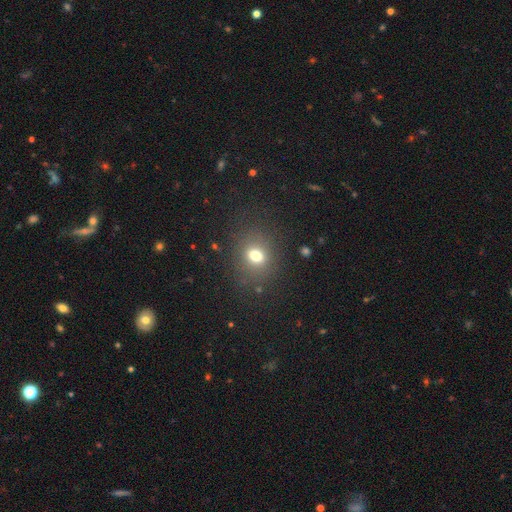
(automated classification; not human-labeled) Smooth or featured?
  - smooth: 74% *
  - star or artifact: 16%
  - featured or disk: 10%
How rounded?
  - round: 59% *
  - in between: 40%
  - cigar-shaped: 1%
Merging?
  - none: 81% *
  - minor disturbance: 11%
  - major disturbance: 6%
  - merger: 2%